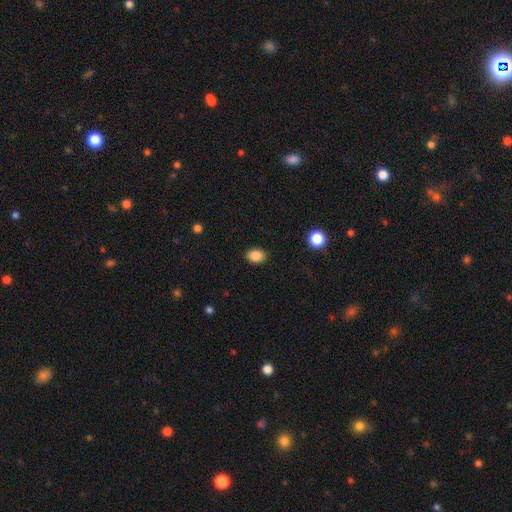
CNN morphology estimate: Smooth or featured? smooth (85%)
How rounded? in between (67%)
Merging? none (89%)